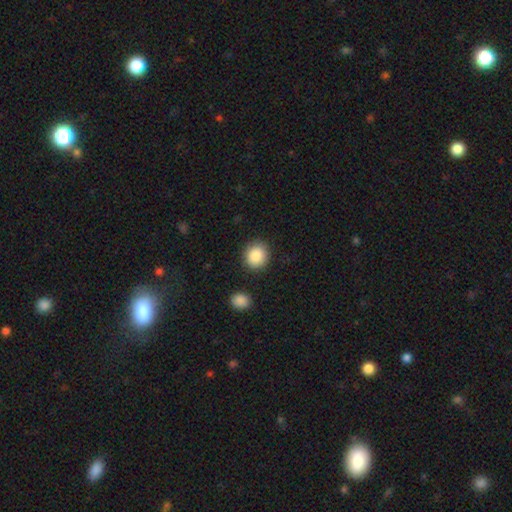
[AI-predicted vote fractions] The model was most divided on "how rounded": round: 81%, in between: 18%, cigar-shaped: 1%. More confident: smooth or featured — smooth (88%); merging — none (87%).